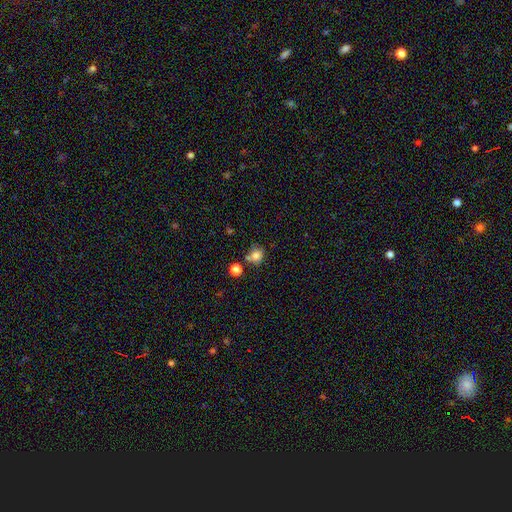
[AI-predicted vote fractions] Morphology: type=smooth (78%); roundness=round (77%); merging=none (60%).